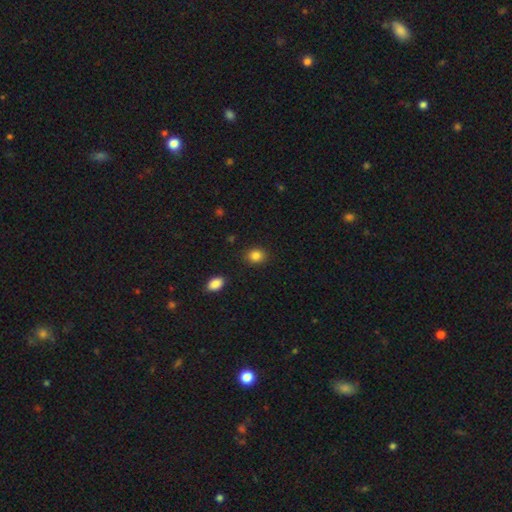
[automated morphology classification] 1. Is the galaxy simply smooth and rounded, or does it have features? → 85% smooth, 11% star or artifact, 5% featured or disk.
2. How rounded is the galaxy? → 62% round, 38% in between, 1% cigar-shaped.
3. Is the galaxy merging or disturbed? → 87% none, 8% minor disturbance, 2% major disturbance, 2% merger.